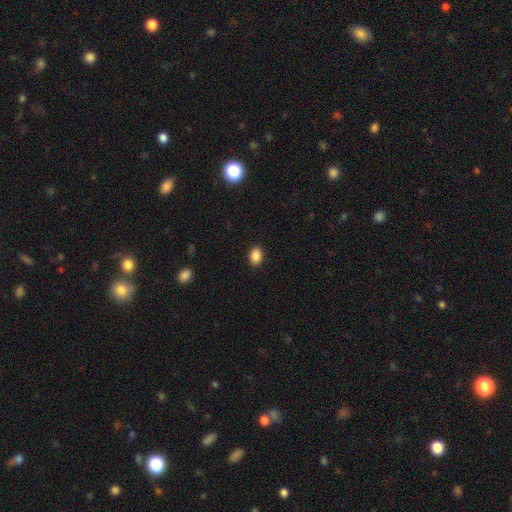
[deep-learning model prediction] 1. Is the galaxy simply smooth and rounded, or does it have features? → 88% smooth, 9% star or artifact, 4% featured or disk.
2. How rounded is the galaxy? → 76% in between, 23% round, 1% cigar-shaped.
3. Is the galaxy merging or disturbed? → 90% none, 7% minor disturbance, 2% major disturbance, 1% merger.